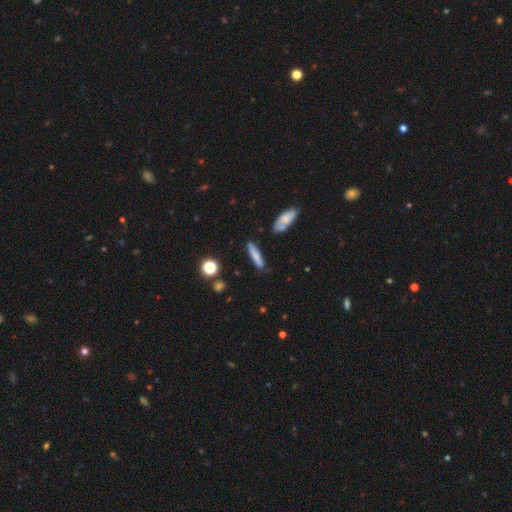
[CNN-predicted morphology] Q: Smooth or featured?
A: smooth (70%); runner-up: featured or disk (21%)
Q: How rounded?
A: cigar-shaped (83%); runner-up: in between (15%)
Q: Merging?
A: none (80%); runner-up: minor disturbance (13%)